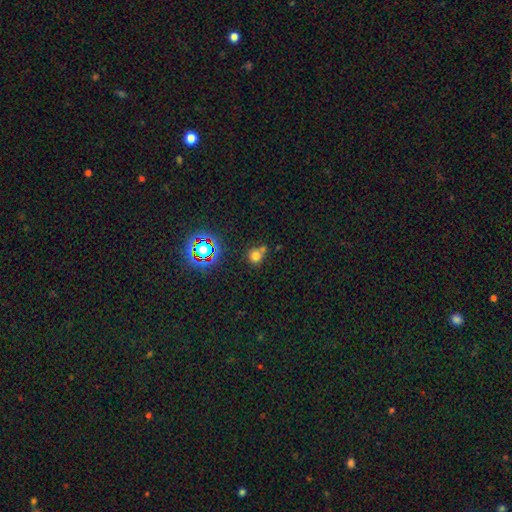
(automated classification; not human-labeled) Smooth or featured? Predicted: smooth (p=0.70). How rounded? Predicted: round (p=0.87). Merging? Predicted: none (p=0.55).